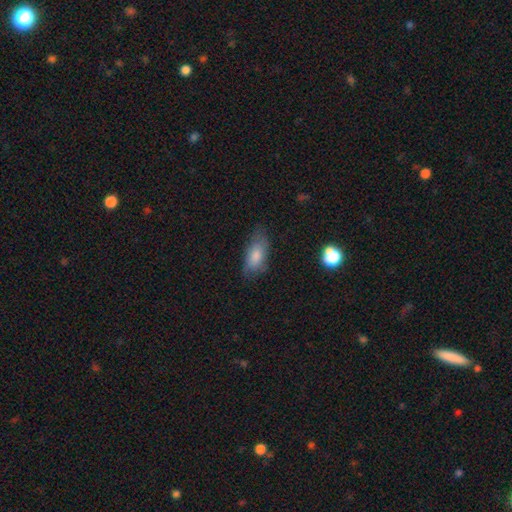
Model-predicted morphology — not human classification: type=smooth (77%); roundness=in between (85%); merging=none (66%).